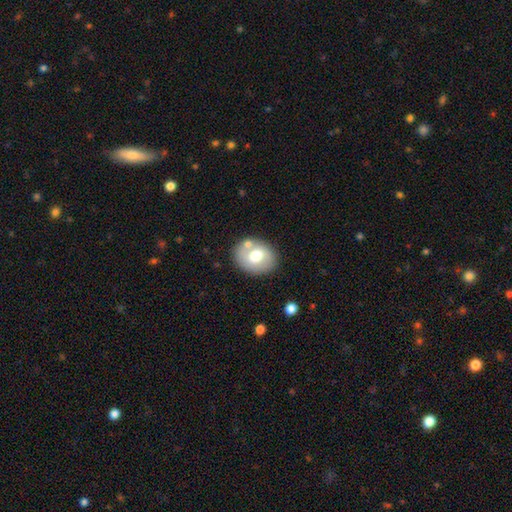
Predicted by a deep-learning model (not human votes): A smooth galaxy with no disk features (64%) that is in between round and cigar-shaped (54%).

Vote fractions:
- Smooth or featured? smooth: 64% / featured or disk: 28% / star or artifact: 8%
- How rounded? in between: 54% / round: 45% / cigar-shaped: 1%
- Merging? none: 73% / minor disturbance: 13% / merger: 10% / major disturbance: 4%